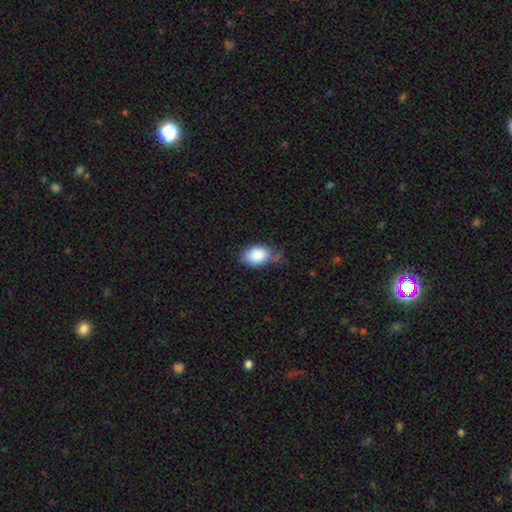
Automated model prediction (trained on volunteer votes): Smooth or featured? smooth (87%)
How rounded? in between (89%)
Merging? none (55%)